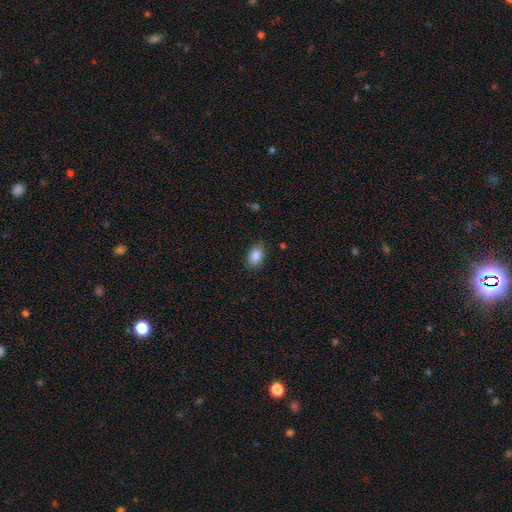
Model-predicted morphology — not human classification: A smooth galaxy with no disk features (87%) that is in between round and cigar-shaped (79%).

Vote fractions:
- Smooth or featured? smooth: 87% / star or artifact: 8% / featured or disk: 5%
- How rounded? in between: 79% / round: 19% / cigar-shaped: 1%
- Merging? none: 80% / minor disturbance: 15% / major disturbance: 3% / merger: 1%